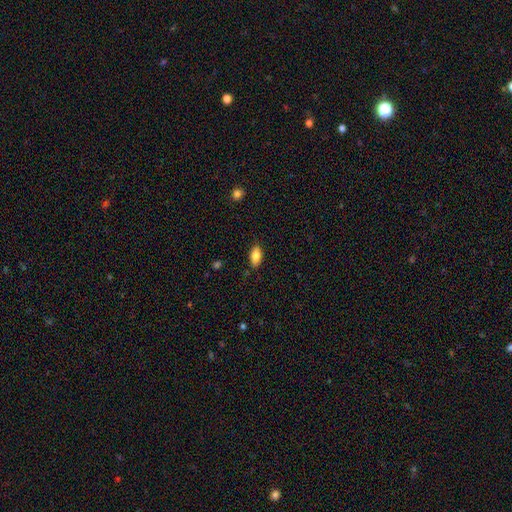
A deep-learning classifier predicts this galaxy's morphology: smooth 83%, featured or disk 10%, star or artifact 7%. Down the decision tree: how rounded — in between (90%); merging — none (84%).